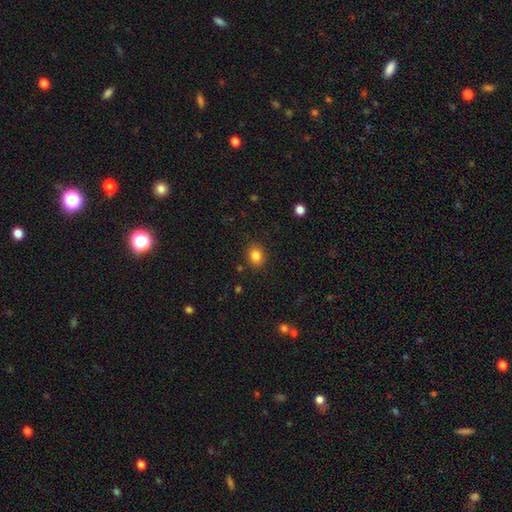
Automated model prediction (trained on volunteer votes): Smooth or featured: smooth — 84% (star or artifact — 11%)
How rounded: round — 57% (in between — 42%)
Merging: none — 87% (minor disturbance — 9%)